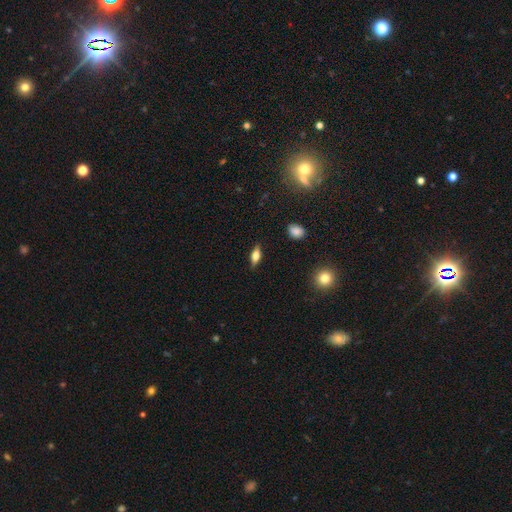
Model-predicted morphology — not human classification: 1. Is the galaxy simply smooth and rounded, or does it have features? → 56% smooth, 35% featured or disk, 9% star or artifact.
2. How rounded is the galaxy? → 69% in between, 25% cigar-shaped, 6% round.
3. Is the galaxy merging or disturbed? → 86% none, 11% minor disturbance, 3% major disturbance, 1% merger.